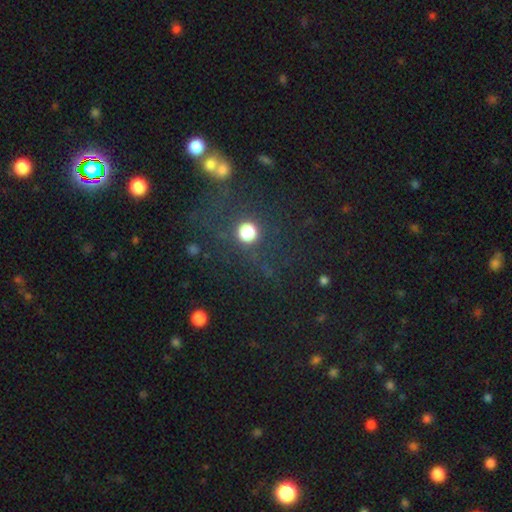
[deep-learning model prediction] This appears to be a star or artifact, not a galaxy (51%).